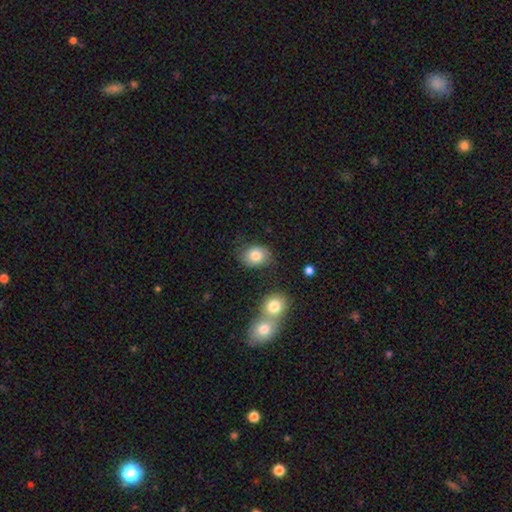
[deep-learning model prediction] A smooth galaxy with no disk features (81%) that is in between round and cigar-shaped (50%). Merging: none (74%).